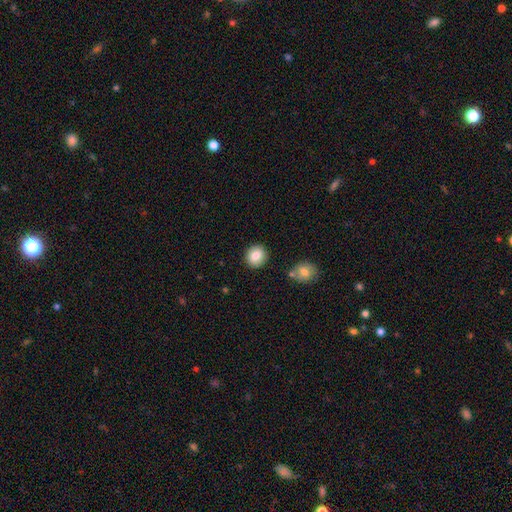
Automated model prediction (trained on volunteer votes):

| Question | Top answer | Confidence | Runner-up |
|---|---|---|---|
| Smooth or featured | smooth | 84% | star or artifact (8%) |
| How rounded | round | 84% | in between (15%) |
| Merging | none | 88% | minor disturbance (7%) |